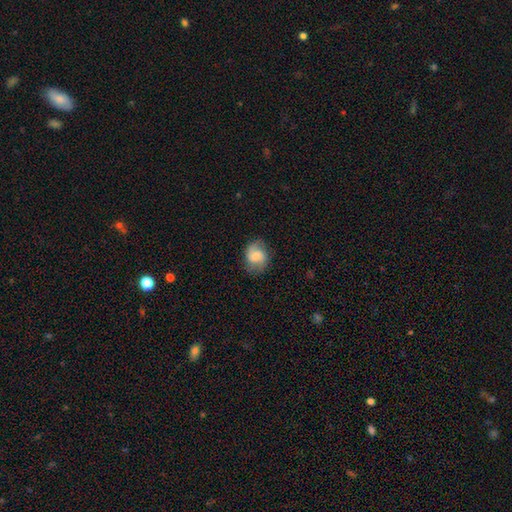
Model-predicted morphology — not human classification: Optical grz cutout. It shows a smooth galaxy with no disk features (48%). Merging: none (73%).